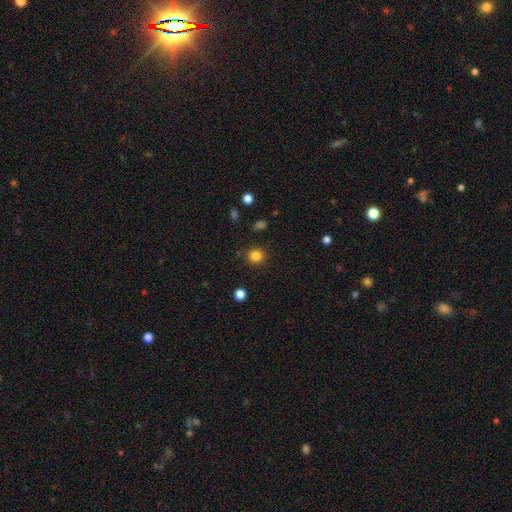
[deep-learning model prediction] Morphology: type=smooth (84%); roundness=round (92%); merging=none (89%).